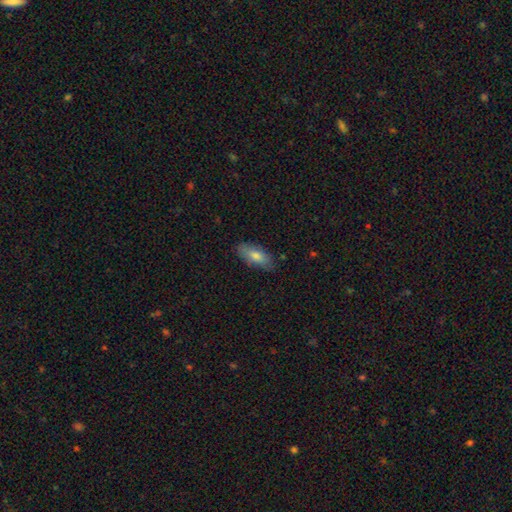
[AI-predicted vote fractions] smooth-or-featured: smooth: 75% | featured or disk: 18% | star or artifact: 7%
  how-rounded: in between: 77% | cigar-shaped: 20% | round: 2%
  merging: none: 83% | minor disturbance: 13% | major disturbance: 2% | merger: 1%